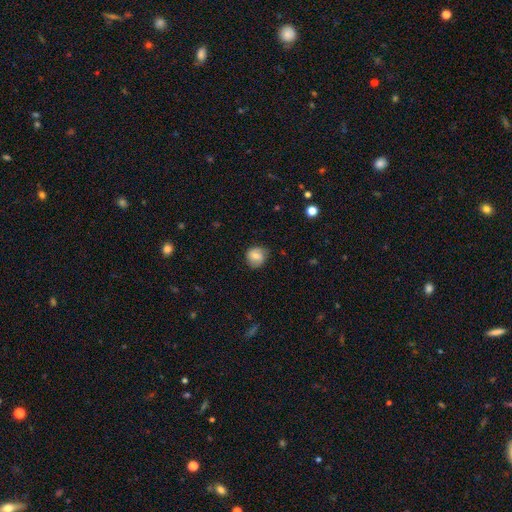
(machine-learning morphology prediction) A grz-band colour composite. It shows a smooth galaxy with no disk features (72%) that is round (81%). Merging: none (76%).